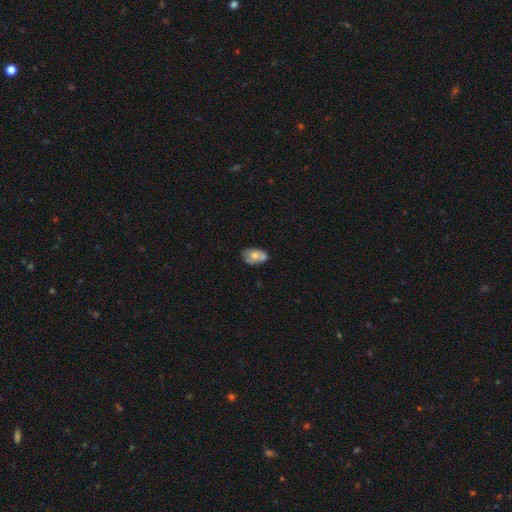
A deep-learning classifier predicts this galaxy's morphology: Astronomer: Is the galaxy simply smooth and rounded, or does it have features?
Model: smooth — 59%.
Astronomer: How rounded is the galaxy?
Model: in between — 88%.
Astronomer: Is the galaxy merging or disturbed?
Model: none — 48% (runner-up: minor disturbance, 26%).